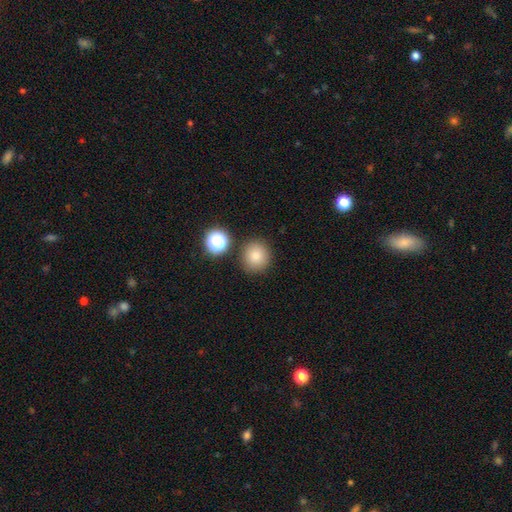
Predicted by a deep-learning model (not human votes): A smooth galaxy with no disk features (81%) that is round (86%).

Vote fractions:
- Smooth or featured? smooth: 81% / star or artifact: 12% / featured or disk: 7%
- How rounded? round: 86% / in between: 13% / cigar-shaped: 1%
- Merging? none: 83% / minor disturbance: 8% / merger: 6% / major disturbance: 3%